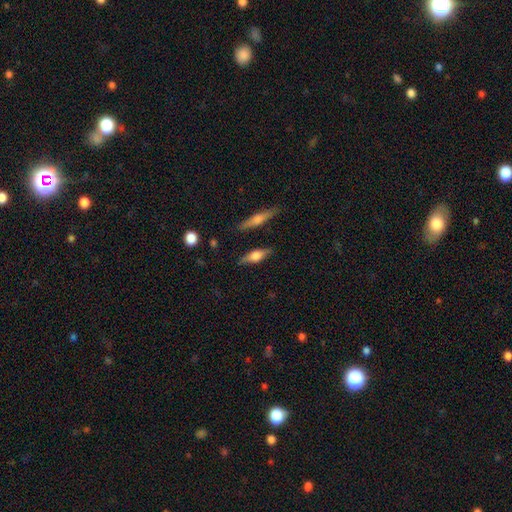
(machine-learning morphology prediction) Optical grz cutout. It shows a featured or disk galaxy (52%) viewed edge-on (93%). Merging: none (83%).